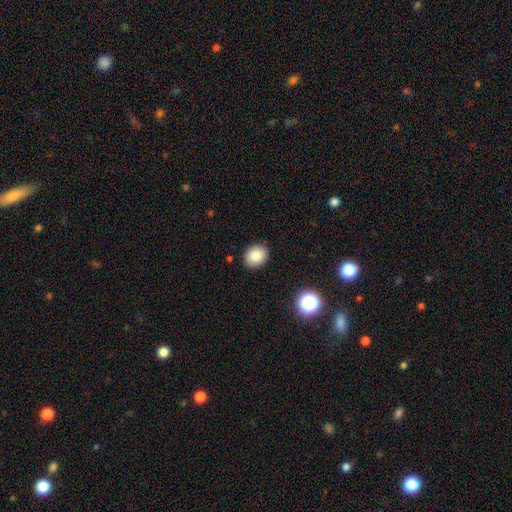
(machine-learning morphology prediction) Overall: smooth (84%). How rounded: round (59%; in between 40%). Merging: none (89%).